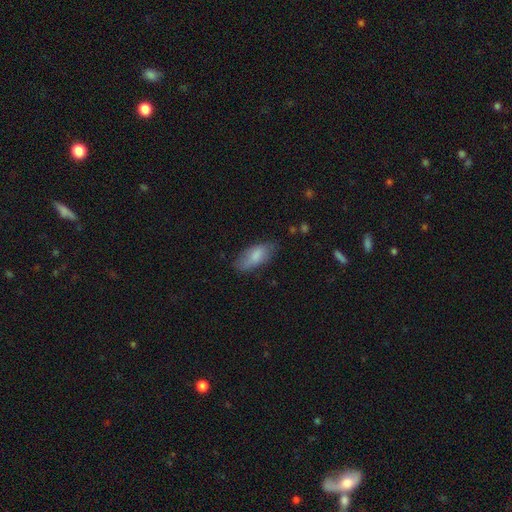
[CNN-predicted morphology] This appears to be a smooth galaxy with no disk features (80%) that is in between round and cigar-shaped (84%). Merging: none (73%).